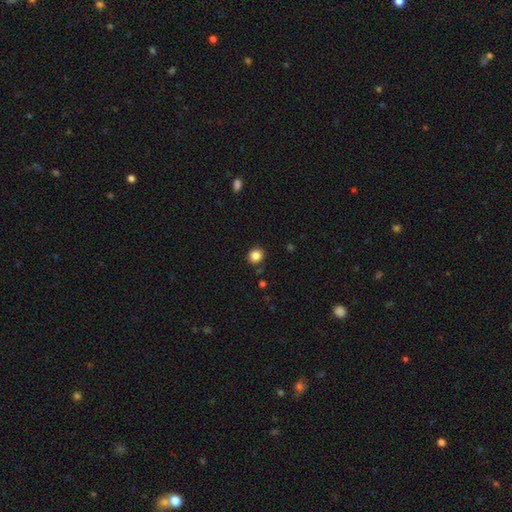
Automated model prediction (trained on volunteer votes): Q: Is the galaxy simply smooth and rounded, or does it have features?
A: smooth — 85%.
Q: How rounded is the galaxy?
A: round — 84%.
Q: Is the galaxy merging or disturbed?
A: none — 88%.